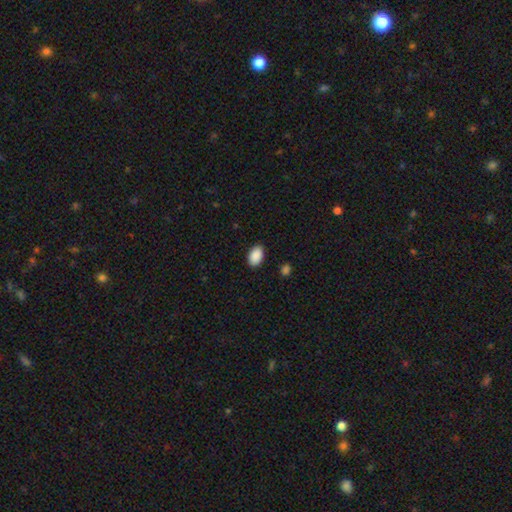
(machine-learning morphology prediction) type=smooth (91%); roundness=in between (93%); merging=none (89%).